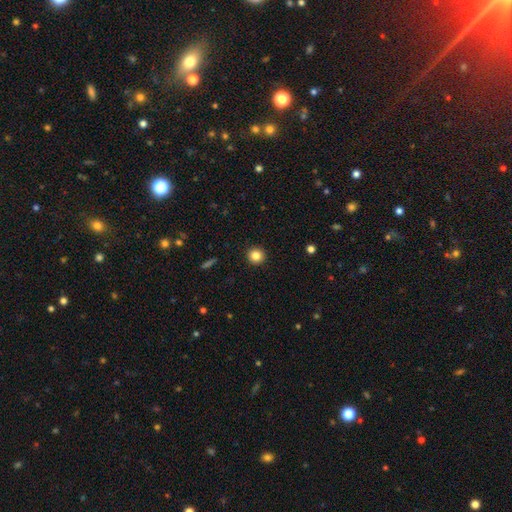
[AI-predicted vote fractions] This is clearly a smooth galaxy (84%). How rounded: clearly round (94%). Merging: clearly none (93%).